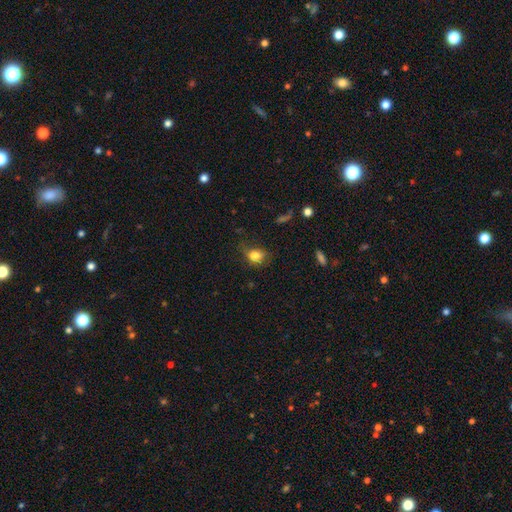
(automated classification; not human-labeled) Q: Smooth or featured?
A: smooth (81%); runner-up: star or artifact (11%)
Q: How rounded?
A: in between (57%); runner-up: round (42%)
Q: Merging?
A: none (56%); runner-up: minor disturbance (28%)